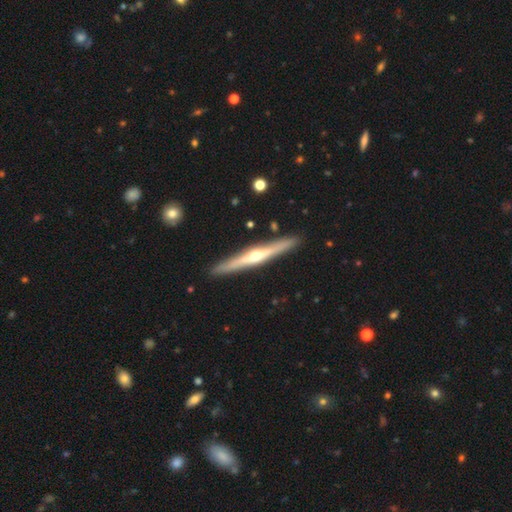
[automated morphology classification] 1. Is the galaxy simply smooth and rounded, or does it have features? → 76% featured or disk, 19% smooth, 5% star or artifact.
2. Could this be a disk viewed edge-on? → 97% yes, 3% no.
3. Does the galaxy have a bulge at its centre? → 91% rounded, 6% none, 3% boxy.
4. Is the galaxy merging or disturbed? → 91% none, 6% minor disturbance, 1% merger, 1% major disturbance.